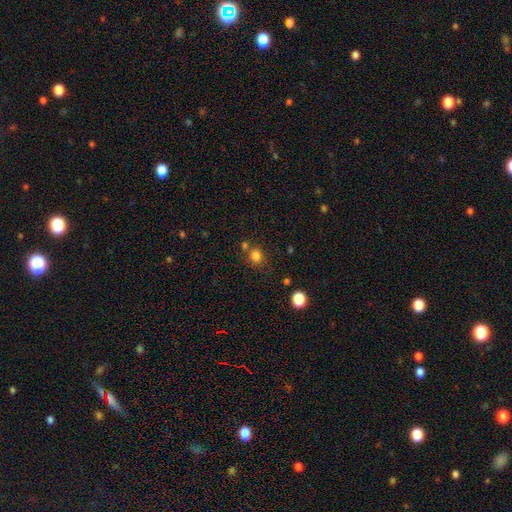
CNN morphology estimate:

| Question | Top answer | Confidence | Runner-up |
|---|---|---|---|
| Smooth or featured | smooth | 80% | star or artifact (14%) |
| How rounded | round | 79% | in between (20%) |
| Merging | none | 66% | merger (19%) |